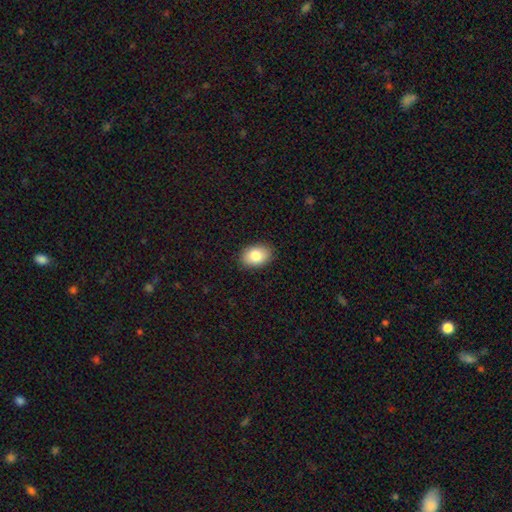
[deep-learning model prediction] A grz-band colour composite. It shows a smooth galaxy with no disk features (83%) that is in between round and cigar-shaped (83%). Merging: none (89%).